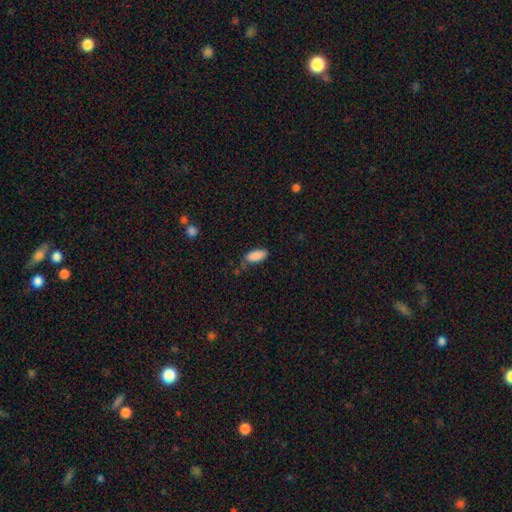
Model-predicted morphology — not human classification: This appears to be a smooth galaxy with no disk features (88%) that is in between round and cigar-shaped (88%). Merging: none (68%).